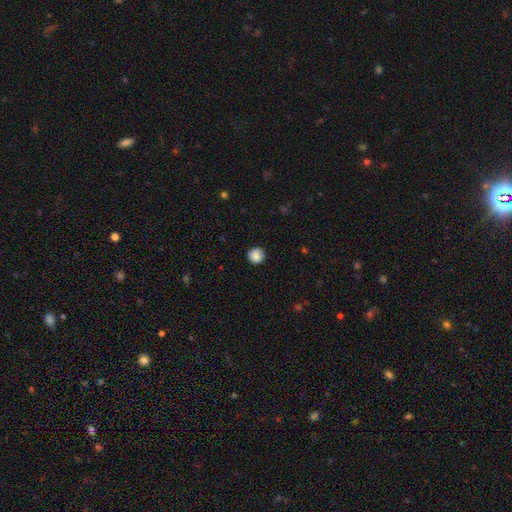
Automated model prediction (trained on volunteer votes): The model was most divided on "merging": none: 84%, minor disturbance: 12%, major disturbance: 3%, merger: 1%. More confident: how rounded — round (90%); smooth or featured — smooth (86%).